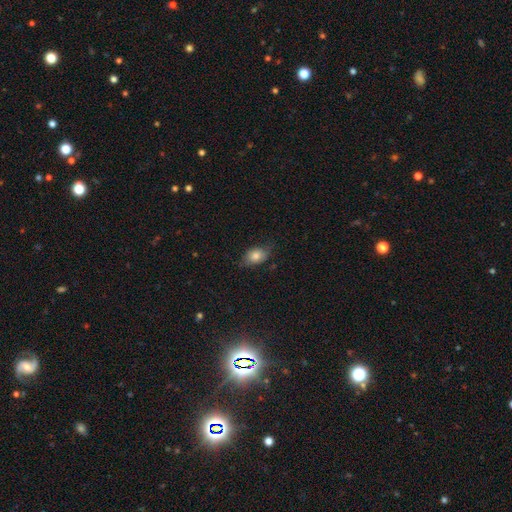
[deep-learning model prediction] This is likely a smooth galaxy (78%). How rounded: likely in between (77%). Merging: likely none (67%).